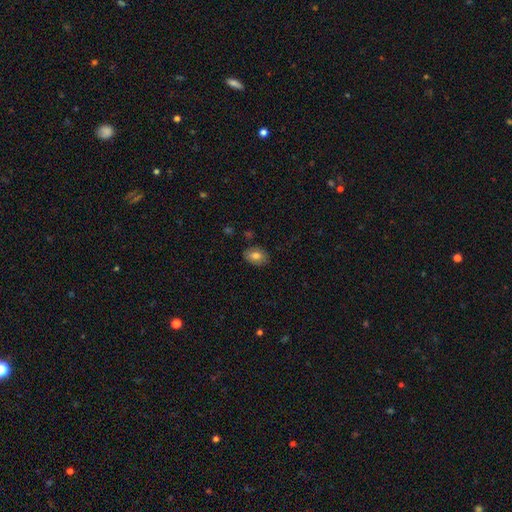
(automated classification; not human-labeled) Smooth or featured: smooth — 79% (featured or disk — 13%)
How rounded: in between — 82% (round — 17%)
Merging: none — 84% (minor disturbance — 12%)